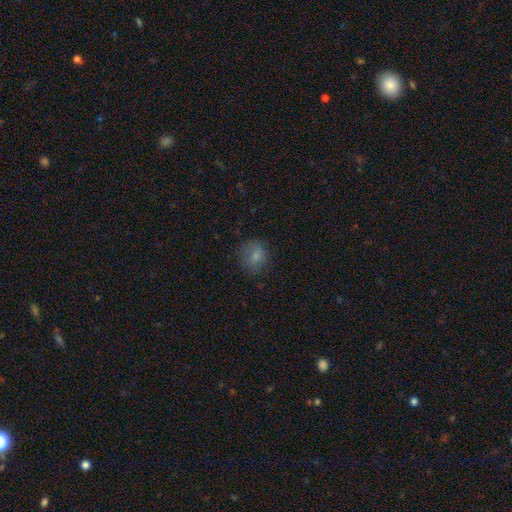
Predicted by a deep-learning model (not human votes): Q: Smooth or featured?
A: smooth (78%); runner-up: star or artifact (11%)
Q: How rounded?
A: round (72%); runner-up: in between (27%)
Q: Merging?
A: none (73%); runner-up: minor disturbance (19%)